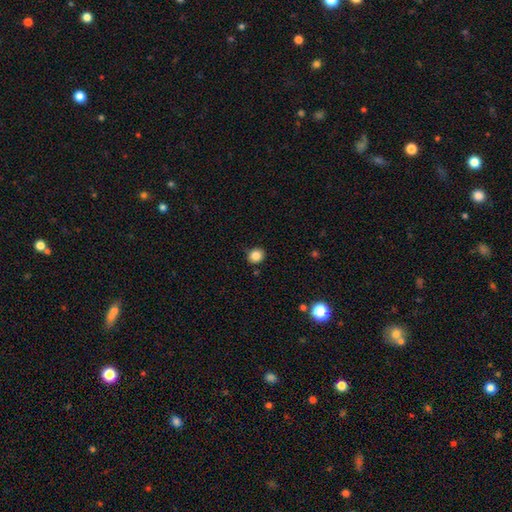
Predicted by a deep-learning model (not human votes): Smooth or featured?
  - smooth: 85% *
  - star or artifact: 11%
  - featured or disk: 5%
How rounded?
  - round: 80% *
  - in between: 19%
  - cigar-shaped: 1%
Merging?
  - none: 87% *
  - minor disturbance: 9%
  - major disturbance: 2%
  - merger: 2%